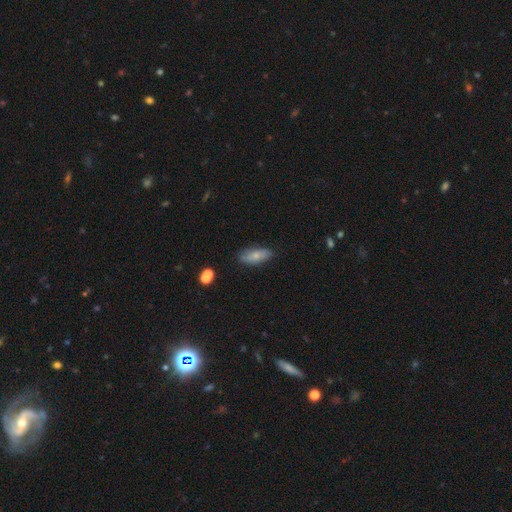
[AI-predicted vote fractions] Smooth or featured: smooth — 71% (featured or disk — 22%)
How rounded: in between — 77% (cigar-shaped — 20%)
Merging: none — 77% (minor disturbance — 18%)